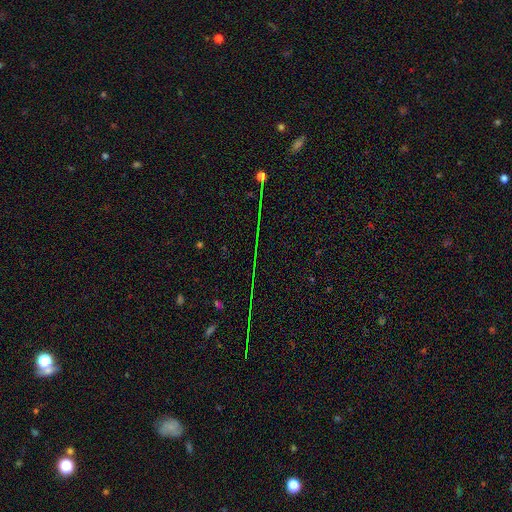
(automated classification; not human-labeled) Smooth or featured?
  - star or artifact: 78% *
  - smooth: 12%
  - featured or disk: 10%